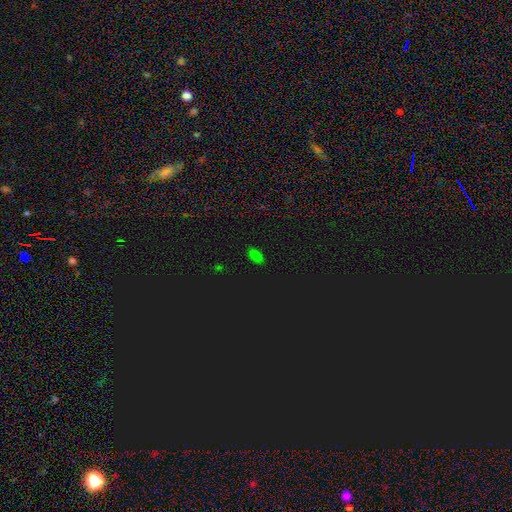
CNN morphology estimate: Overall: smooth (66%; star or artifact 29%). How rounded: in between (90%). Merging: none (87%).